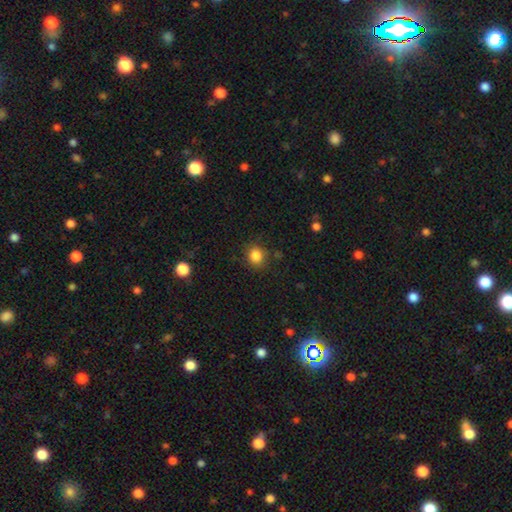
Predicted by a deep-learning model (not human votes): This is clearly a smooth galaxy (85%). How rounded: clearly round (81%). Merging: clearly none (82%).